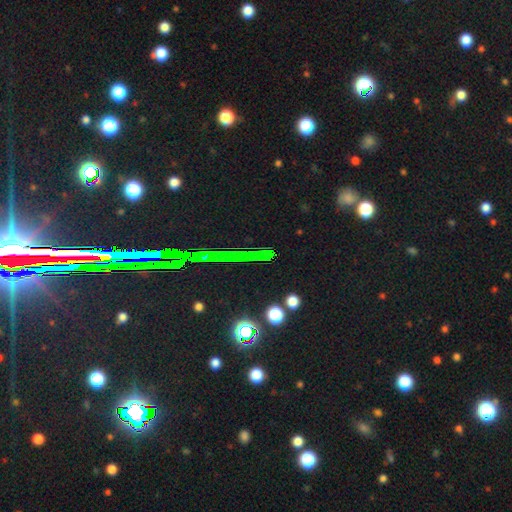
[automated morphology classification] Smooth or featured? Predicted: star or artifact (p=0.72).